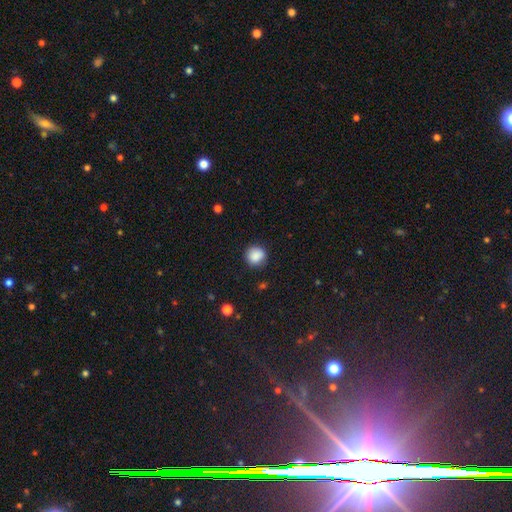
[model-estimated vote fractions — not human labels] Smooth or featured? smooth (88%)
How rounded? round (90%)
Merging? none (87%)